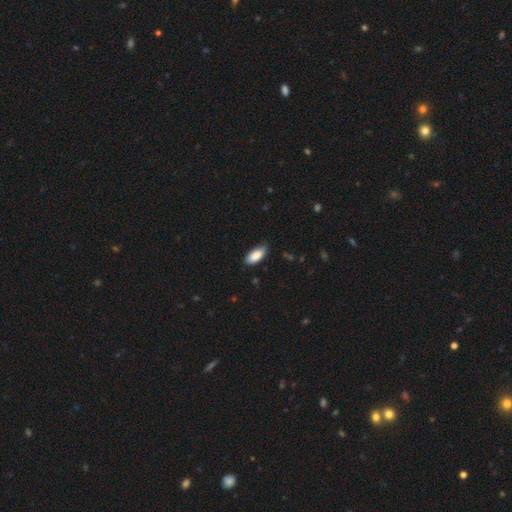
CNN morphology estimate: Smooth or featured: smooth — 88% (star or artifact — 6%)
How rounded: in between — 88% (cigar-shaped — 10%)
Merging: none — 81% (minor disturbance — 16%)